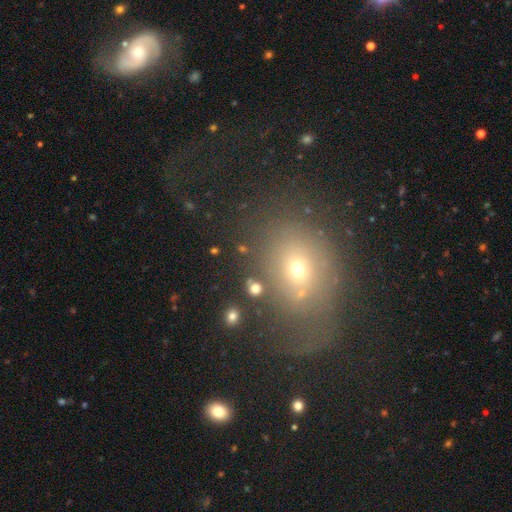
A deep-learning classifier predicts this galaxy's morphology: smooth 49%, featured or disk 31%, star or artifact 20%. Down the decision tree: merging — none (47%).